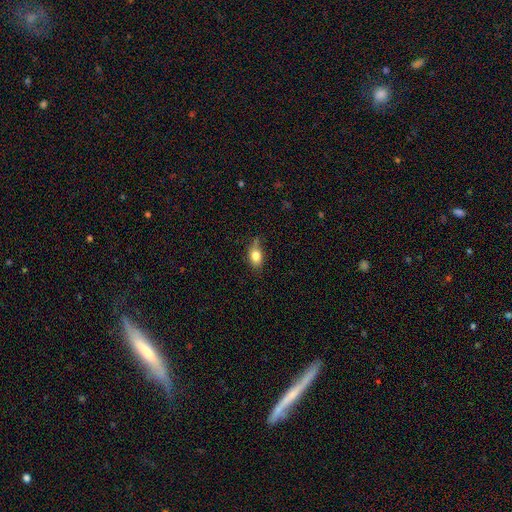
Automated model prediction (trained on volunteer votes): This is likely a smooth galaxy (80%). How rounded: likely in between (77%). Merging: possibly none (60%).